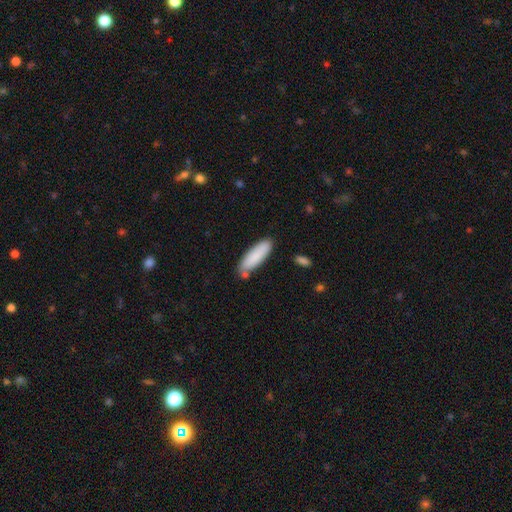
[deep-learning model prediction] smooth 85%, featured or disk 9%, star or artifact 6%. Down the decision tree: how rounded — cigar-shaped (55%); merging — none (77%).